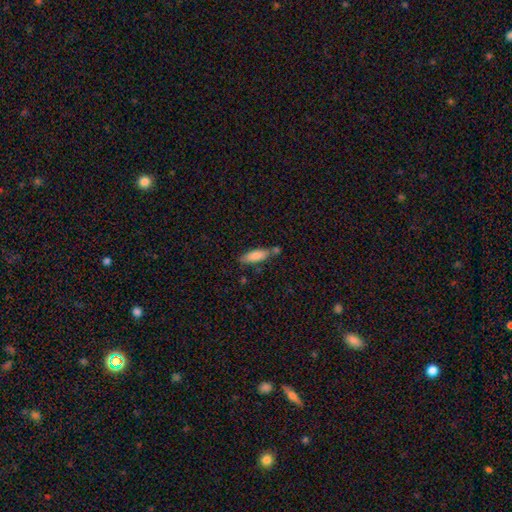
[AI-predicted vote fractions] This is clearly a smooth galaxy (83%). How rounded: possibly in between (54%). Merging: likely none (61%).